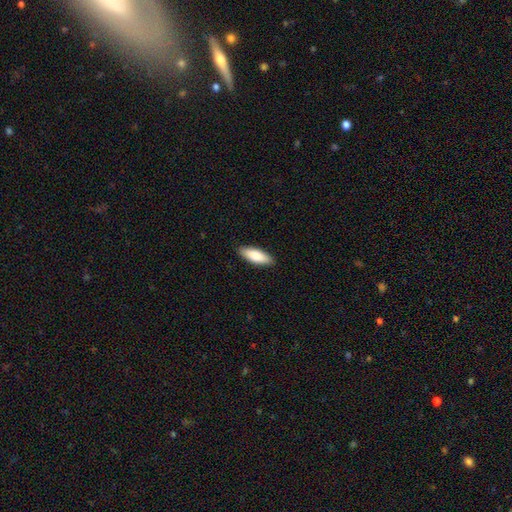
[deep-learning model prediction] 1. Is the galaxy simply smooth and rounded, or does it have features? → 80% smooth, 14% featured or disk, 5% star or artifact.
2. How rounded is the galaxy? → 64% in between, 34% cigar-shaped, 2% round.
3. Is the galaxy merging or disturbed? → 90% none, 8% minor disturbance, 2% major disturbance, 1% merger.